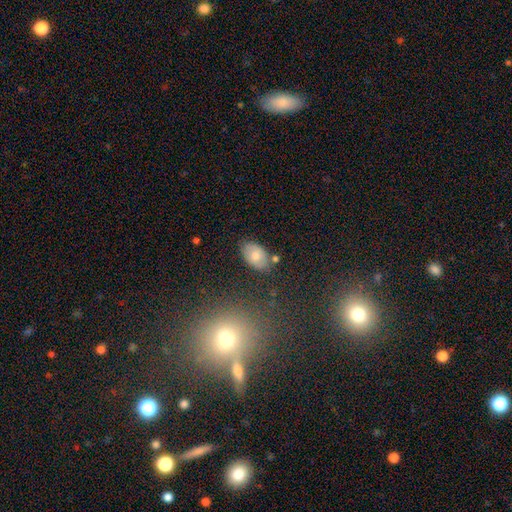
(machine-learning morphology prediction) Smooth or featured?
  - smooth: 74% *
  - featured or disk: 18%
  - star or artifact: 8%
How rounded?
  - in between: 90% *
  - round: 8%
  - cigar-shaped: 1%
Merging?
  - none: 77% *
  - minor disturbance: 14%
  - merger: 6%
  - major disturbance: 3%